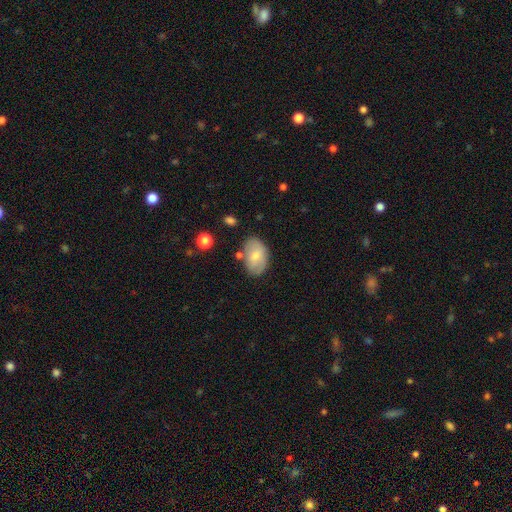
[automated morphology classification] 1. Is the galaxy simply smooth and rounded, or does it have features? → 65% smooth, 28% featured or disk, 7% star or artifact.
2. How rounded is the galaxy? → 88% in between, 11% round, 1% cigar-shaped.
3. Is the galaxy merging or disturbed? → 68% none, 21% minor disturbance, 5% merger, 5% major disturbance.